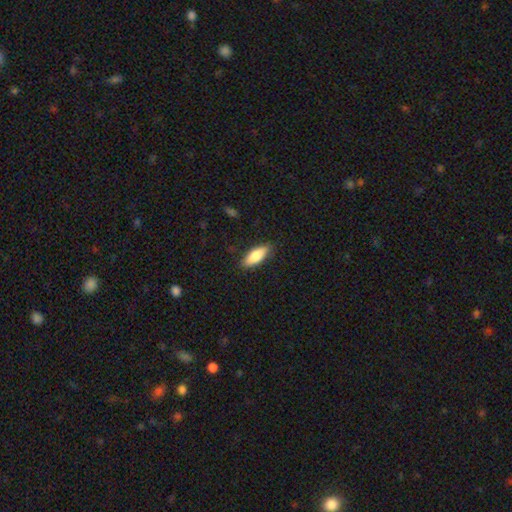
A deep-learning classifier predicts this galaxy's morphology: smooth-or-featured: smooth: 81% | featured or disk: 13% | star or artifact: 6%
  how-rounded: in between: 72% | cigar-shaped: 25% | round: 2%
  merging: none: 85% | minor disturbance: 11% | major disturbance: 2% | merger: 1%